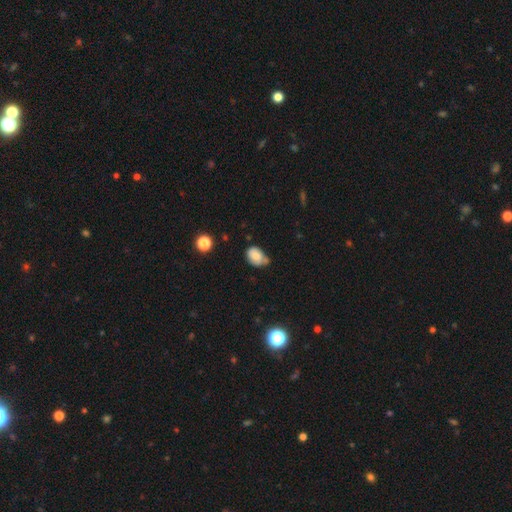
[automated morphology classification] smooth-or-featured: smooth: 75% | featured or disk: 15% | star or artifact: 9%
  how-rounded: in between: 74% | round: 25% | cigar-shaped: 1%
  merging: none: 43% | minor disturbance: 39% | merger: 10% | major disturbance: 8%